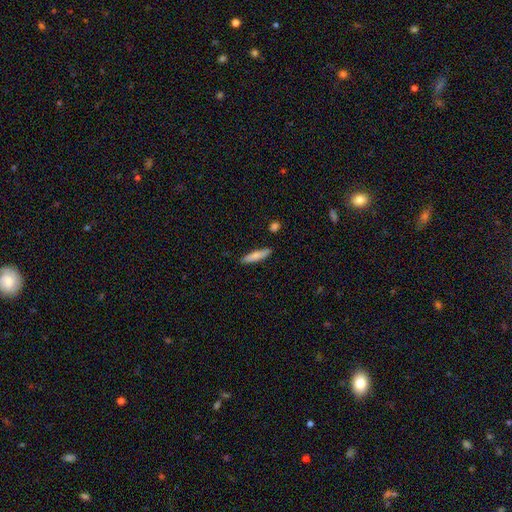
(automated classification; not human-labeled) This appears to be a smooth galaxy with no disk features (76%) that is cigar-shaped (81%). Merging: none (86%).